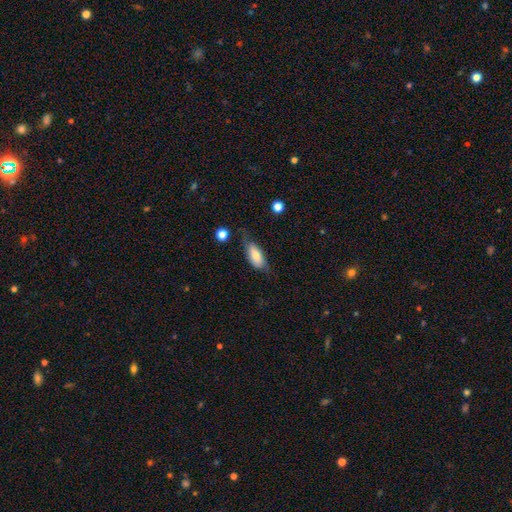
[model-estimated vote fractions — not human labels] Smooth or featured: smooth — 68% (featured or disk — 25%)
How rounded: in between — 85% (cigar-shaped — 12%)
Merging: none — 55% (minor disturbance — 31%)